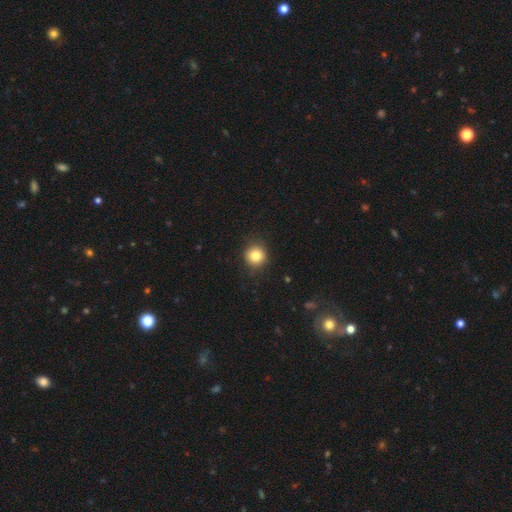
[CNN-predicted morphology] This appears to be a smooth galaxy with no disk features (83%) that is round (92%). Merging: none (89%).